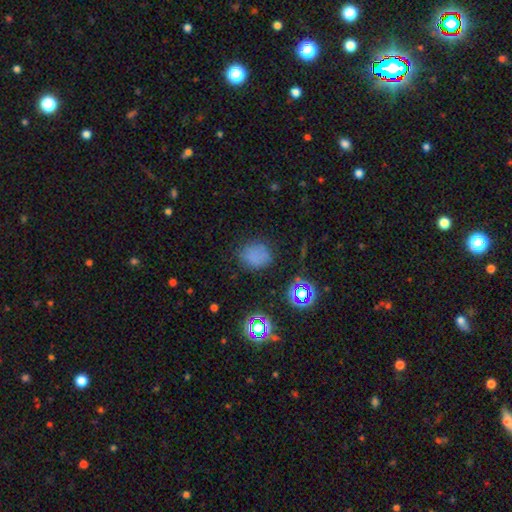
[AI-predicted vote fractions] This appears to be a smooth galaxy with no disk features (68%) that is round (65%). Merging: none (74%).